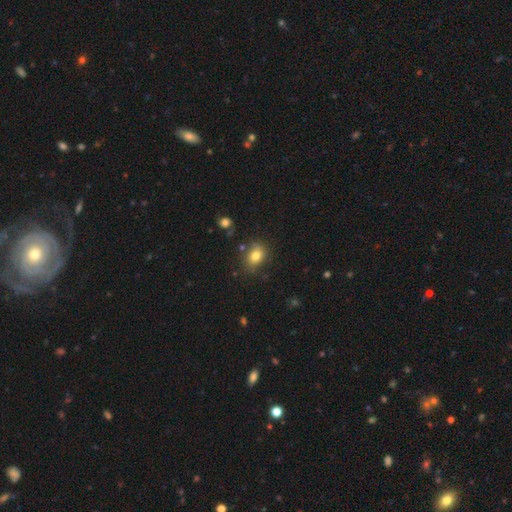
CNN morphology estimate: This is likely a smooth galaxy (79%). How rounded: likely in between (65%). Merging: likely none (74%).